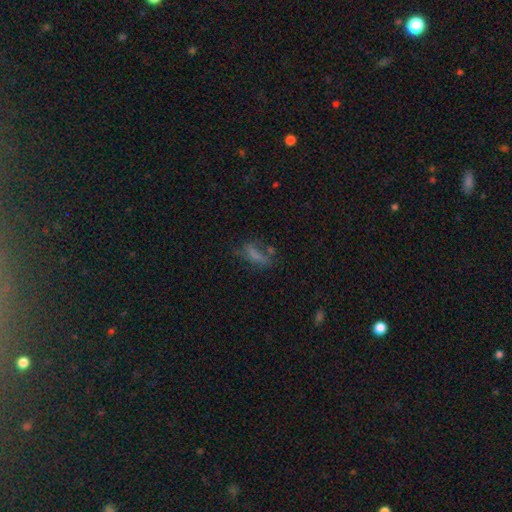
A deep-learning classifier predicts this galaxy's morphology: type=smooth (57%); roundness=in between (53%); merging=none (46%).